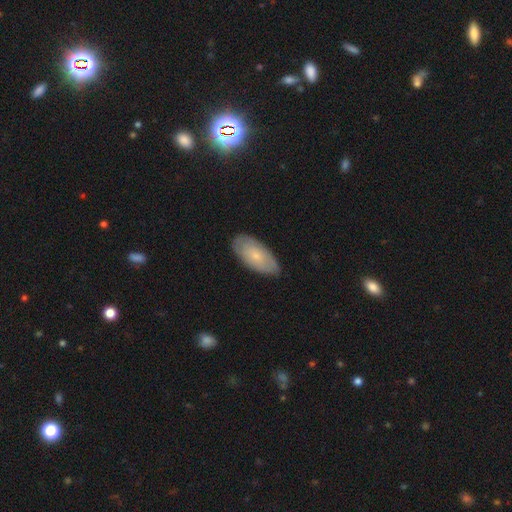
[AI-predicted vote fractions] Smooth or featured: smooth — 62% (featured or disk — 32%)
How rounded: in between — 92% (cigar-shaped — 6%)
Merging: none — 80% (minor disturbance — 16%)